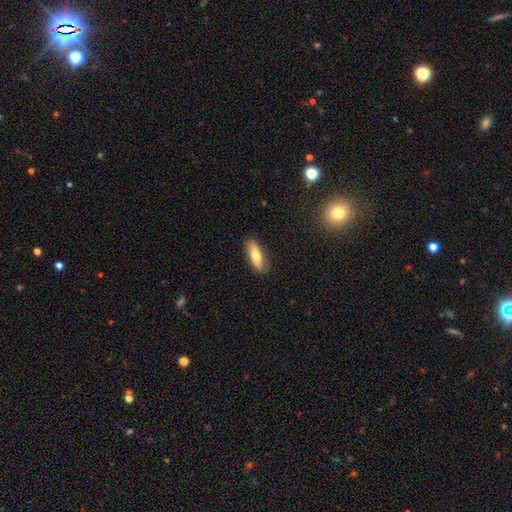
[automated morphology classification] Smooth or featured? Predicted: smooth (p=0.70). How rounded? Predicted: in between (p=0.65). Merging? Predicted: none (p=0.86).